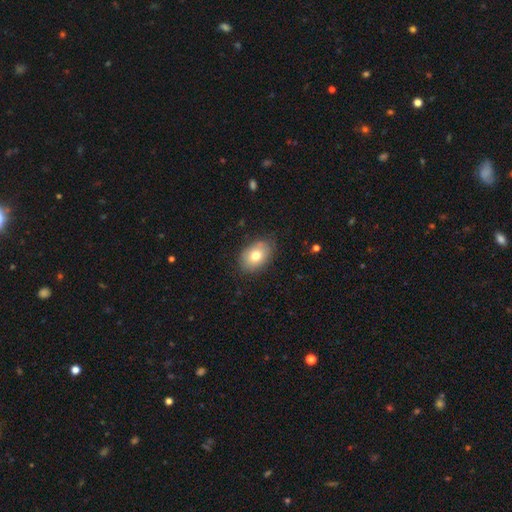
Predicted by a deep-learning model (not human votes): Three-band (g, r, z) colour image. It shows a smooth galaxy with no disk features (75%) that is in between round and cigar-shaped (82%). Merging: none (83%).